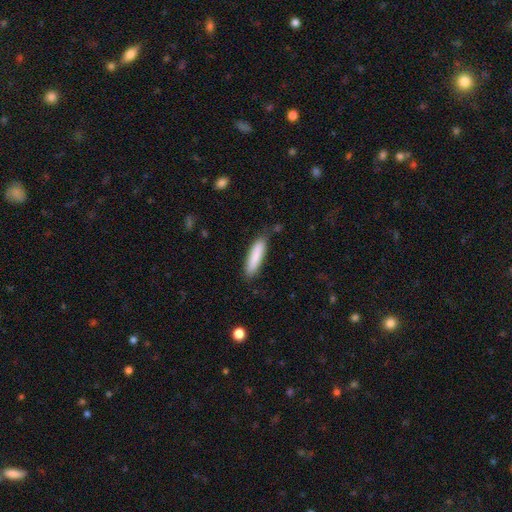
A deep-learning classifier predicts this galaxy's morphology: smooth-or-featured: smooth: 85% | featured or disk: 9% | star or artifact: 5%
  how-rounded: cigar-shaped: 78% | in between: 21% | round: 1%
  merging: none: 81% | minor disturbance: 14% | major disturbance: 3% | merger: 2%